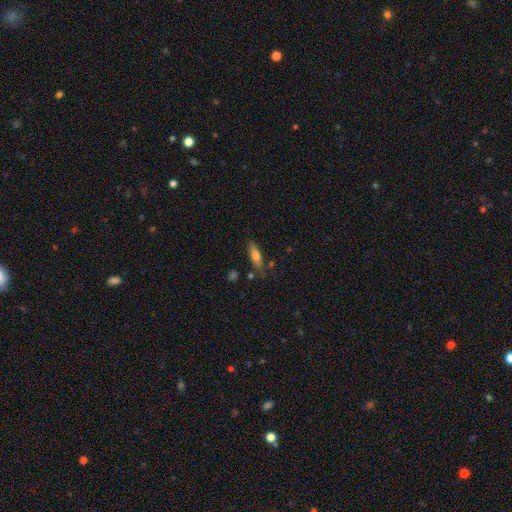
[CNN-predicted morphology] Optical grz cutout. It shows a smooth galaxy with no disk features (74%) that is cigar-shaped (50%). Merging: none (72%).